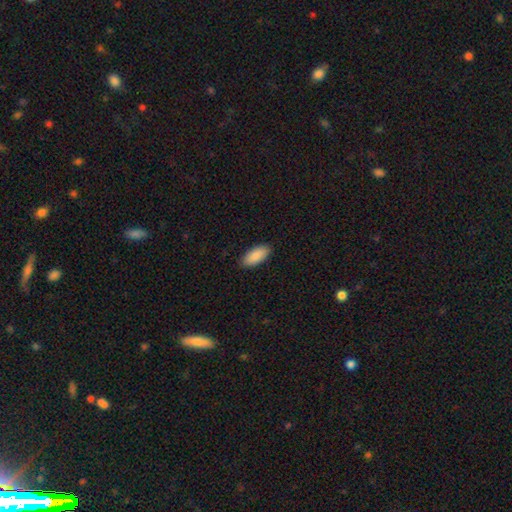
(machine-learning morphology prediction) This appears to be a smooth galaxy with no disk features (90%) that is in between round and cigar-shaped (89%). Merging: none (89%).